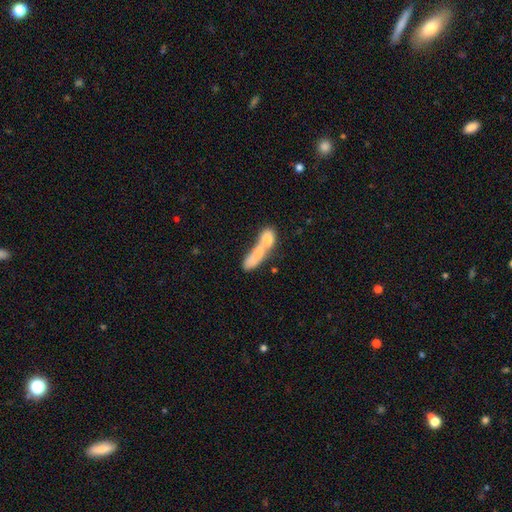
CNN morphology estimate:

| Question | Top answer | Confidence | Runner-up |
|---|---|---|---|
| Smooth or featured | smooth | 71% | featured or disk (22%) |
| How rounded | in between | 48% | cigar-shaped (45%) |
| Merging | merger | 72% | none (13%) |